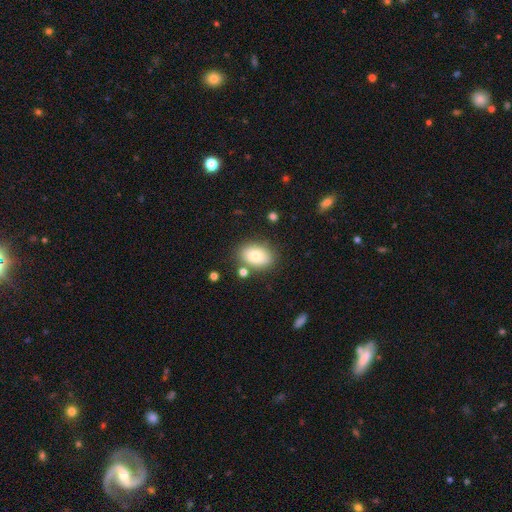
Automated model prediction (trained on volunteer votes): Q: Smooth or featured?
A: smooth (80%); runner-up: featured or disk (12%)
Q: How rounded?
A: in between (82%); runner-up: round (17%)
Q: Merging?
A: none (77%); runner-up: minor disturbance (13%)